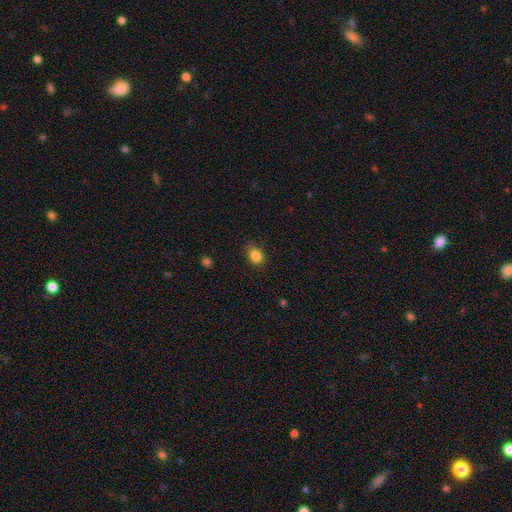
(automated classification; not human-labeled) Overall: smooth (85%). How rounded: in between (54%; round 45%). Merging: none (78%).